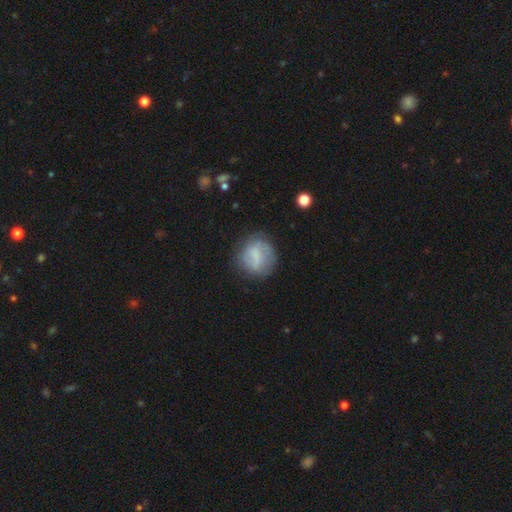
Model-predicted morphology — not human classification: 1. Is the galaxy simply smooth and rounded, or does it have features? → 60% smooth, 31% featured or disk, 9% star or artifact.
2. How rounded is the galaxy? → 78% round, 21% in between, 1% cigar-shaped.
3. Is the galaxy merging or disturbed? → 67% none, 21% minor disturbance, 10% major disturbance, 2% merger.